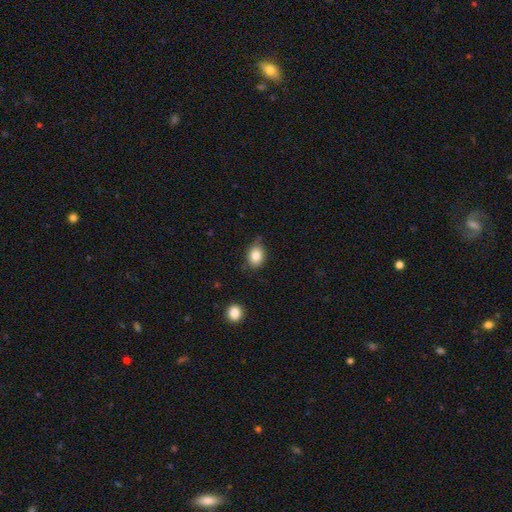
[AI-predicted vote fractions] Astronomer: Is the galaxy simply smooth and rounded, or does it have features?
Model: smooth — 84%.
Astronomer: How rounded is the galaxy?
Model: in between — 60% (runner-up: round, 39%).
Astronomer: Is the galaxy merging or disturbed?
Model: none — 71%.